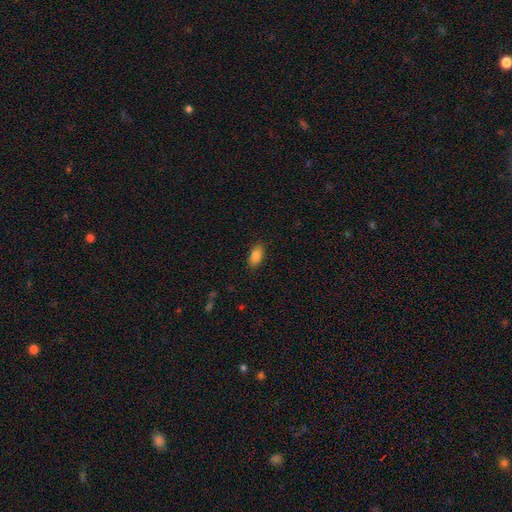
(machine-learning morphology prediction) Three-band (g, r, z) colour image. It shows a smooth galaxy with no disk features (87%) that is in between round and cigar-shaped (91%). Merging: none (86%).